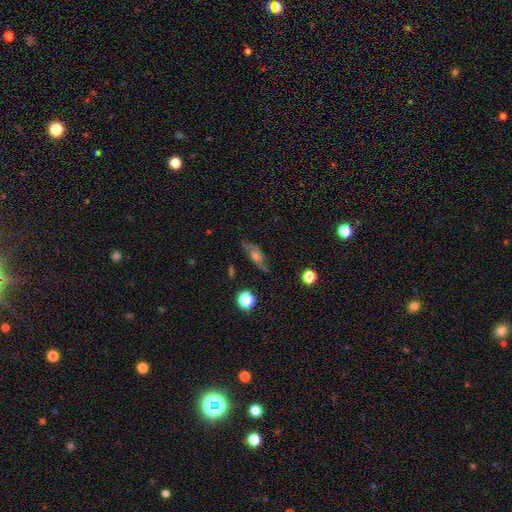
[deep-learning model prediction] A featured or disk galaxy (57%). Merging: none (75%).